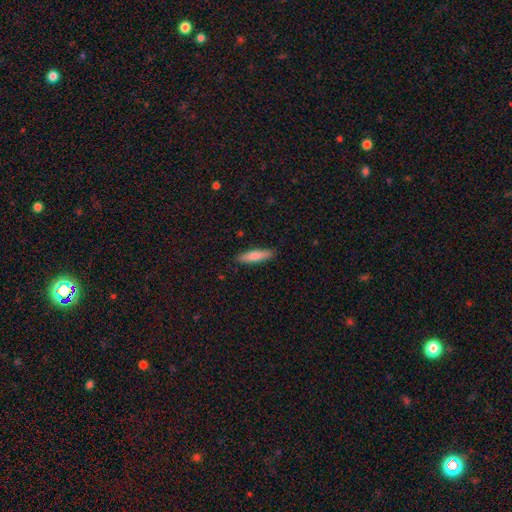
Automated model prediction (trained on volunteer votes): smooth_or_featured: smooth (p=0.76) [alt: featured or disk p=0.18]
how_rounded: cigar-shaped (p=0.76) [alt: in between p=0.22]
merging: none (p=0.89) [alt: minor disturbance p=0.08]